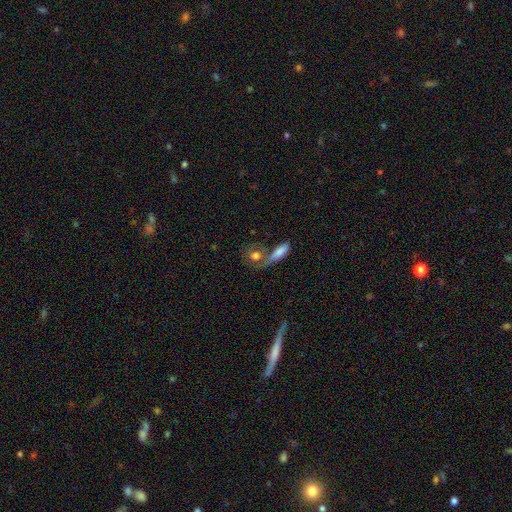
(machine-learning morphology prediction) Q: Smooth or featured?
A: smooth (69%); runner-up: featured or disk (23%)
Q: How rounded?
A: round (58%); runner-up: in between (34%)
Q: Merging?
A: none (43%); runner-up: merger (37%)